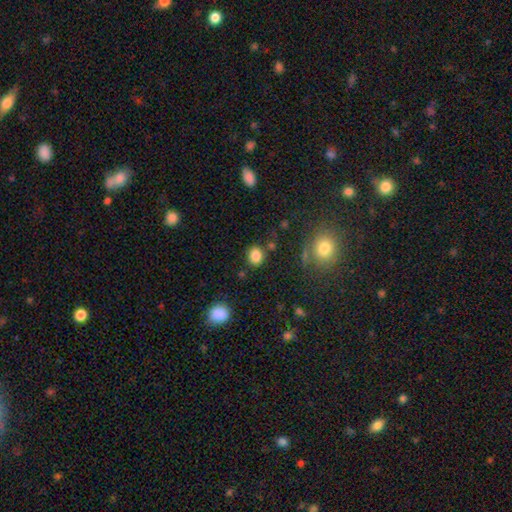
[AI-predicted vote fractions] Morphology: type=smooth (83%); roundness=round (55%); merging=none (81%).